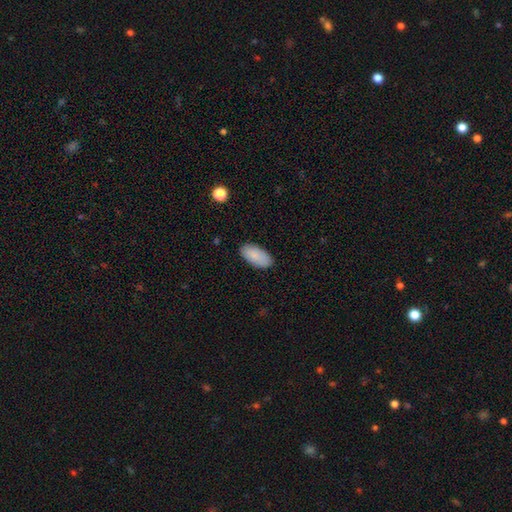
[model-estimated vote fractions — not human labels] A smooth galaxy with no disk features (87%) that is in between round and cigar-shaped (94%).

Vote fractions:
- Smooth or featured? smooth: 87% / star or artifact: 6% / featured or disk: 6%
- How rounded? in between: 94% / cigar-shaped: 4% / round: 2%
- Merging? none: 86% / minor disturbance: 11% / major disturbance: 2% / merger: 1%